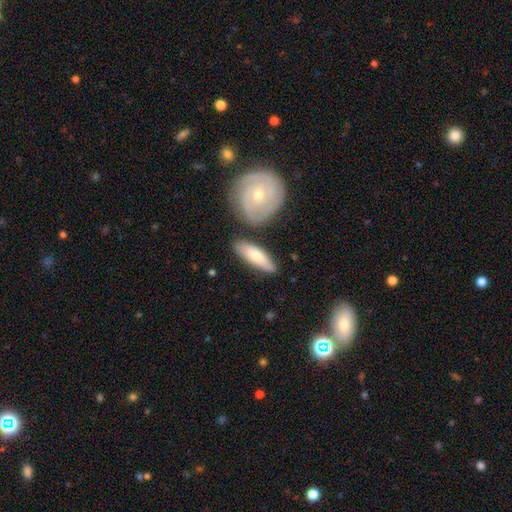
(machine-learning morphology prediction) smooth 66%, featured or disk 29%, star or artifact 5%. Down the decision tree: how rounded — in between (57%); merging — none (72%).